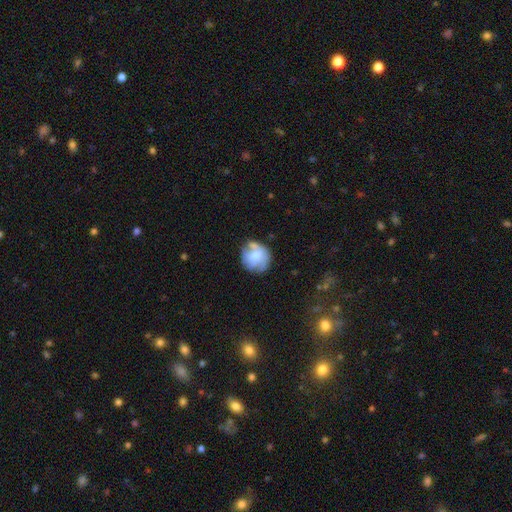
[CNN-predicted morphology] The model was most divided on "smooth or featured": smooth: 52%, featured or disk: 39%, star or artifact: 8%. More confident: how rounded — round (79%); merging — none (58%).